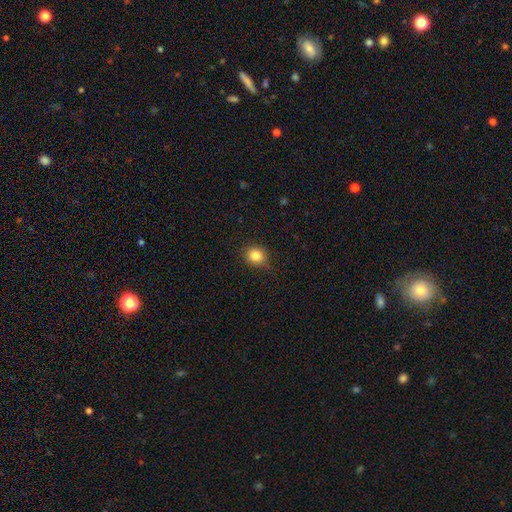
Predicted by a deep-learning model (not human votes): Morphology: type=smooth (83%); roundness=round (78%); merging=none (82%).